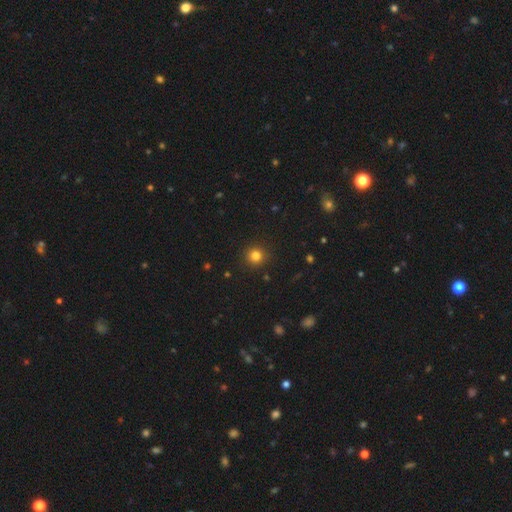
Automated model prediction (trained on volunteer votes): A smooth galaxy with no disk features (81%) that is round (93%). Merging: none (91%).